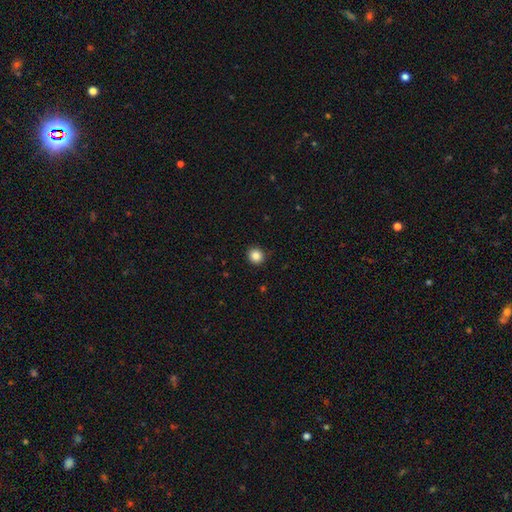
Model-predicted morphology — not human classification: Smooth or featured: smooth — 85% (star or artifact — 11%)
How rounded: round — 91% (in between — 8%)
Merging: none — 91% (minor disturbance — 6%)